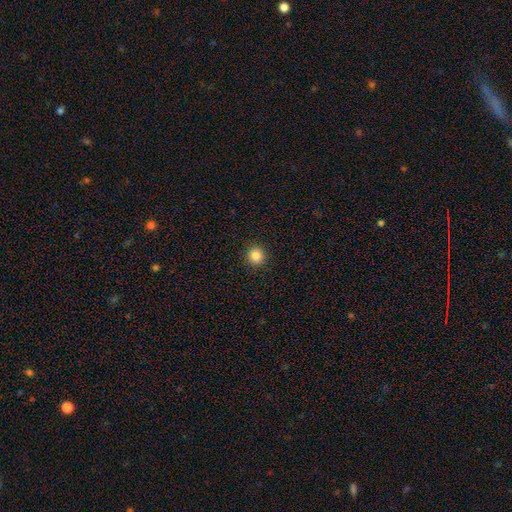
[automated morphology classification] Smooth or featured? smooth (84%)
How rounded? round (92%)
Merging? none (93%)